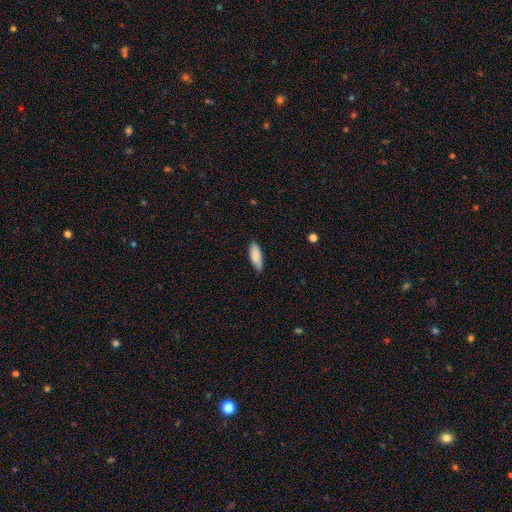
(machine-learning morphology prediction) Smooth or featured: smooth — 86% (featured or disk — 8%)
How rounded: in between — 73% (cigar-shaped — 26%)
Merging: none — 79% (minor disturbance — 17%)